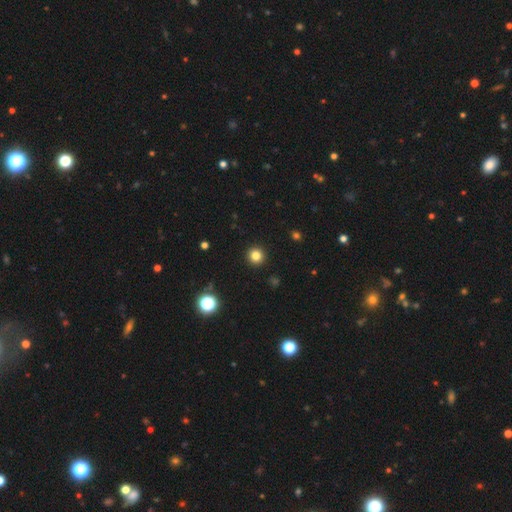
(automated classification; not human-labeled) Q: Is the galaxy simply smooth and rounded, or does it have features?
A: smooth — 82%.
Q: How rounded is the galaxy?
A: round — 95%.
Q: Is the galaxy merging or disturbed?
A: none — 93%.